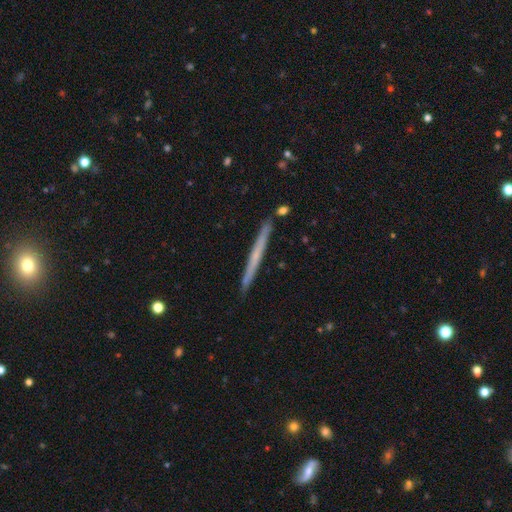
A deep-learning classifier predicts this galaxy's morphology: A featured or disk galaxy (49%). Merging: none (90%).